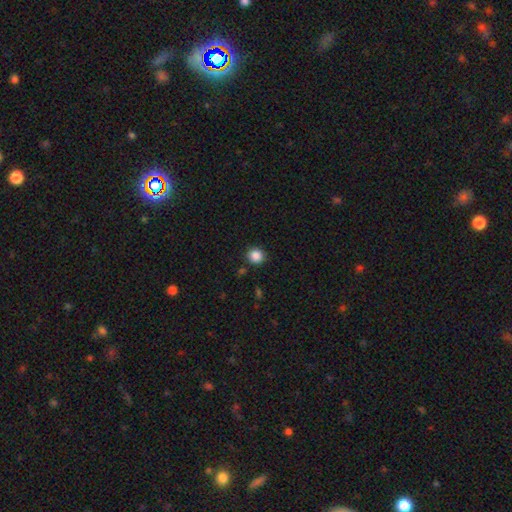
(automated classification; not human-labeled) Smooth or featured? Predicted: smooth (p=0.87). How rounded? Predicted: round (p=0.89). Merging? Predicted: none (p=0.88).